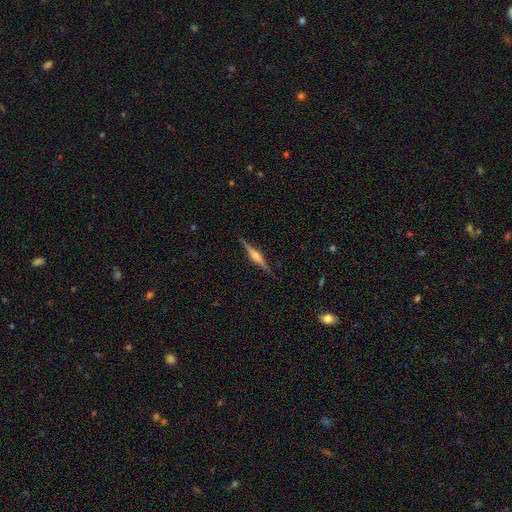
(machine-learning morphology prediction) Overall: featured or disk (77%). Edge-on disk: yes (98%). Edge-on bulge: rounded (72%). Merging: none (89%).